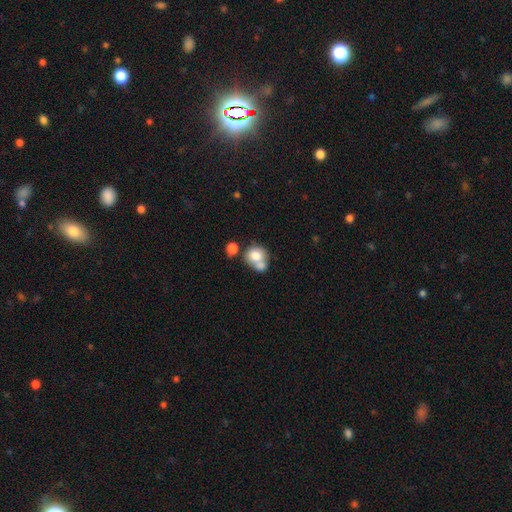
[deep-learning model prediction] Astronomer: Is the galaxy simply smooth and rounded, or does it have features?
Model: smooth — 75%.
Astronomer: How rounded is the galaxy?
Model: round — 74%.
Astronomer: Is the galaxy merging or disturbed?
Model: merger — 51% (runner-up: none, 33%).